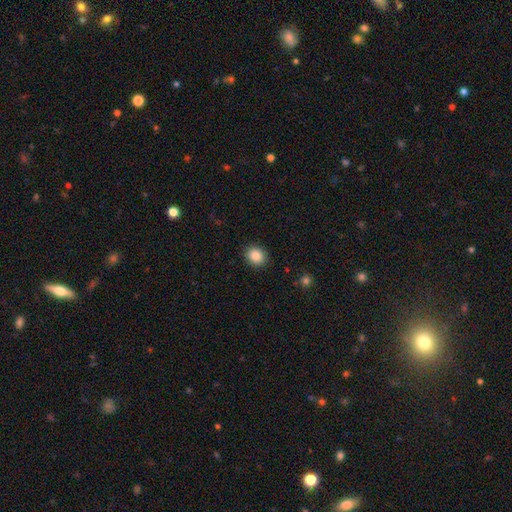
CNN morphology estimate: smooth 87%, star or artifact 9%, featured or disk 4%. Down the decision tree: how rounded — round (66%); merging — none (90%).